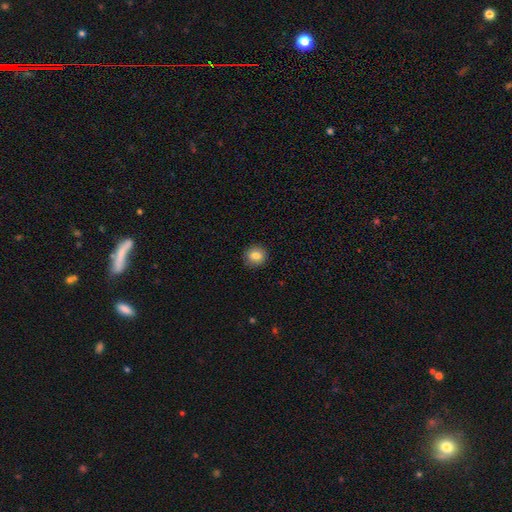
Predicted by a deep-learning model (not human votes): Smooth or featured? smooth (83%)
How rounded? round (88%)
Merging? none (91%)